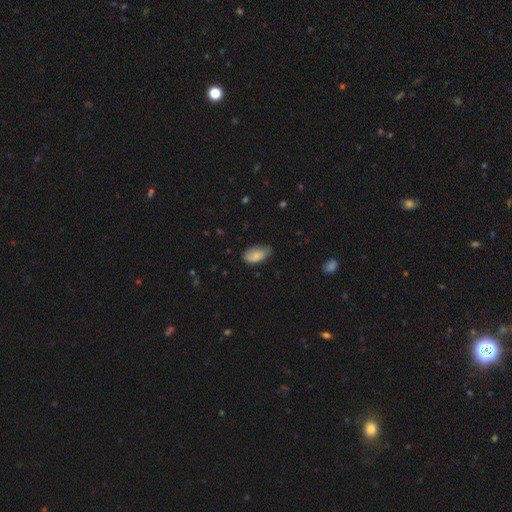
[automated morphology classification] type=smooth (81%); roundness=in between (93%); merging=none (57%).